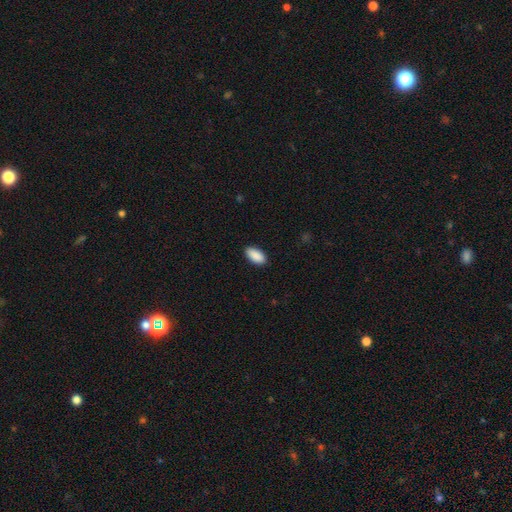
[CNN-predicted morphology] smooth_or_featured: smooth (p=0.90) [alt: star or artifact p=0.06]
how_rounded: in between (p=0.93) [alt: cigar-shaped p=0.05]
merging: none (p=0.88) [alt: minor disturbance p=0.09]